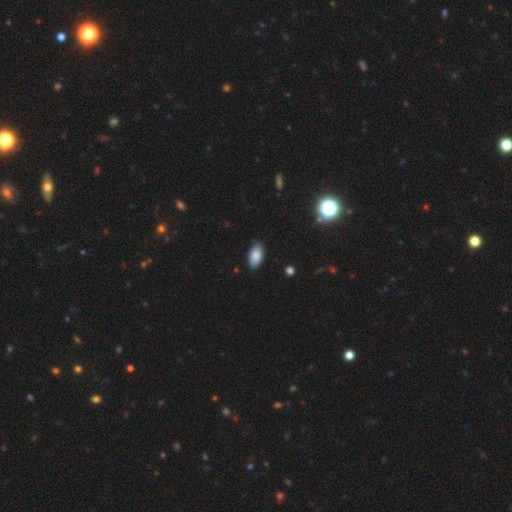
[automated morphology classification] This appears to be a smooth galaxy with no disk features (85%) that is in between round and cigar-shaped (95%). Merging: none (85%).